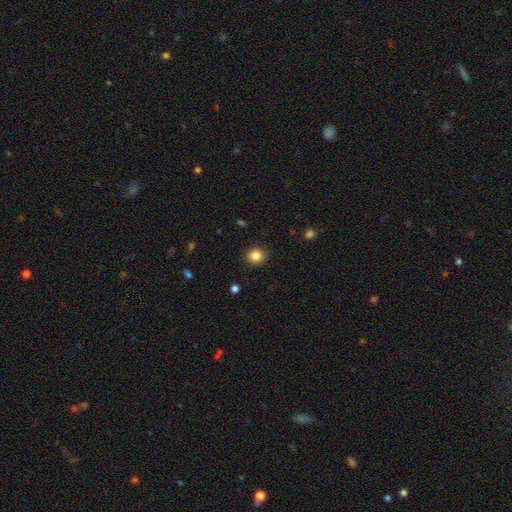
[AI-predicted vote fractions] Q: Smooth or featured?
A: smooth (85%); runner-up: star or artifact (10%)
Q: How rounded?
A: round (86%); runner-up: in between (13%)
Q: Merging?
A: none (91%); runner-up: minor disturbance (6%)